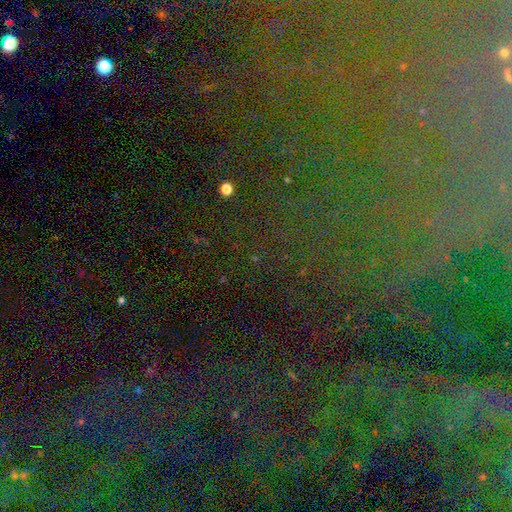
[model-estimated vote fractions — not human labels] Smooth or featured: star or artifact — 76% (smooth — 13%)